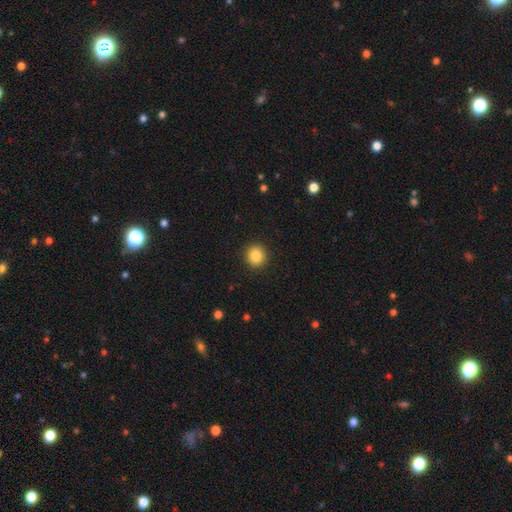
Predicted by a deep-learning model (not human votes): Q: Smooth or featured?
A: smooth (86%); runner-up: star or artifact (10%)
Q: How rounded?
A: round (92%); runner-up: in between (7%)
Q: Merging?
A: none (92%); runner-up: minor disturbance (5%)